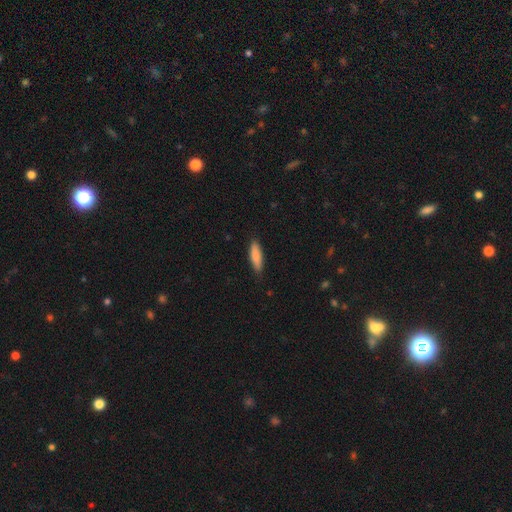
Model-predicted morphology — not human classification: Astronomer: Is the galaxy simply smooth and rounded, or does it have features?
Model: smooth — 87%.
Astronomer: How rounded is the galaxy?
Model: cigar-shaped — 60% (runner-up: in between, 39%).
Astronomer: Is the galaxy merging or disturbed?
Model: none — 83%.